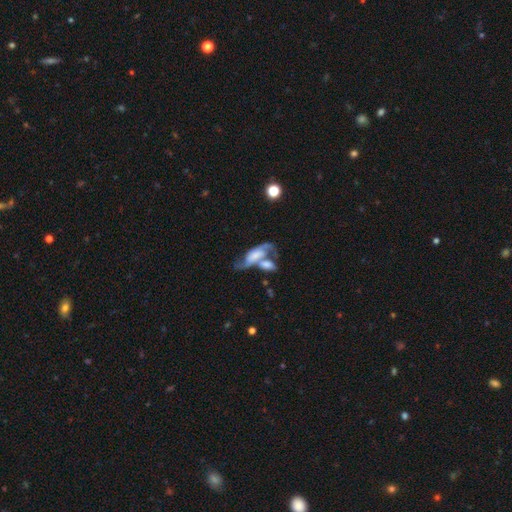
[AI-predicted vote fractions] Smooth or featured? Predicted: featured or disk (p=0.67). Edge-on disk? Predicted: no (p=0.89). Bar? Predicted: no (p=0.50). Spiral arms? Predicted: yes (p=0.83). Bulge size? Predicted: none (p=0.34). Merging? Predicted: merger (p=0.55).